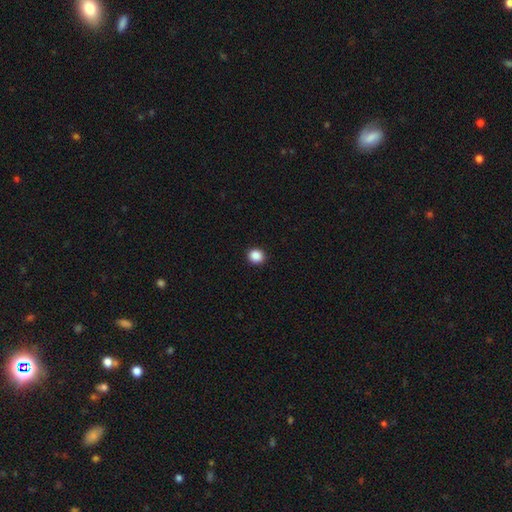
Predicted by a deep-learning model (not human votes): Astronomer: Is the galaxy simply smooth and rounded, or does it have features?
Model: smooth — 88%.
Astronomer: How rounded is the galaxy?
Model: round — 84%.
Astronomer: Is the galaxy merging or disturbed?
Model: none — 92%.